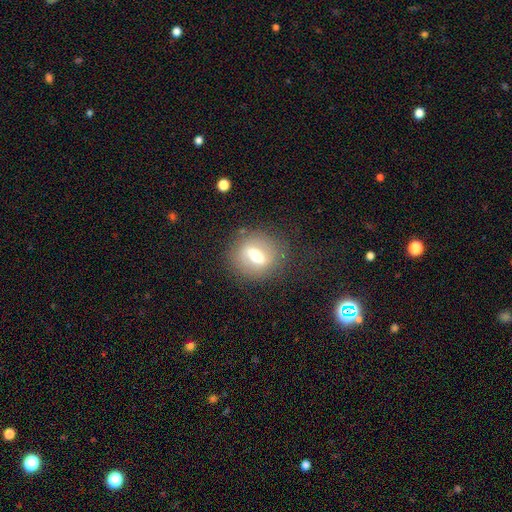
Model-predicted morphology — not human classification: A smooth galaxy with no disk features (47%). Merging: none (79%).